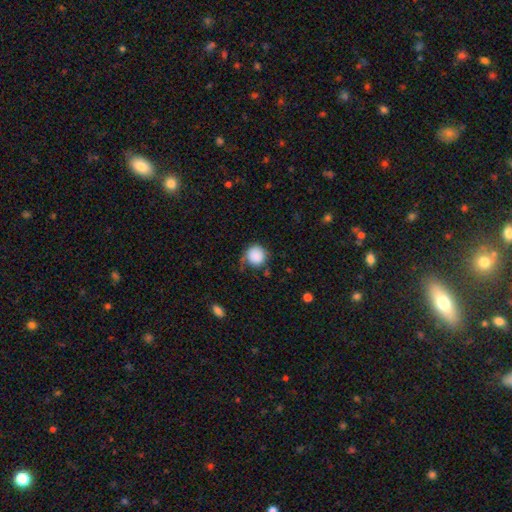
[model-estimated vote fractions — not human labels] A smooth galaxy with no disk features (87%) that is round (92%).

Vote fractions:
- Smooth or featured? smooth: 87% / star or artifact: 8% / featured or disk: 5%
- How rounded? round: 92% / in between: 8% / cigar-shaped: 1%
- Merging? none: 63% / minor disturbance: 24% / major disturbance: 10% / merger: 3%